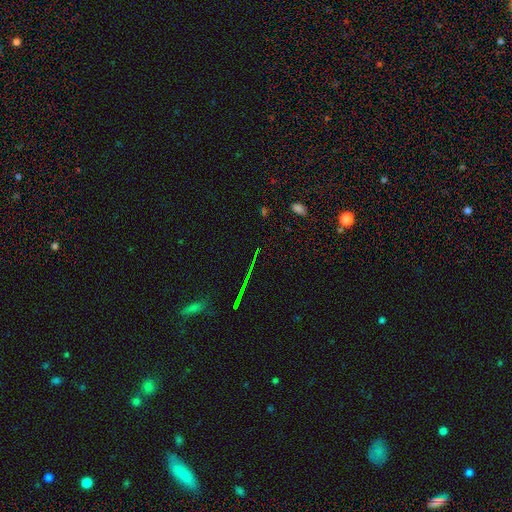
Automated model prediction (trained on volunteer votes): Smooth or featured: star or artifact — 78% (featured or disk — 12%)